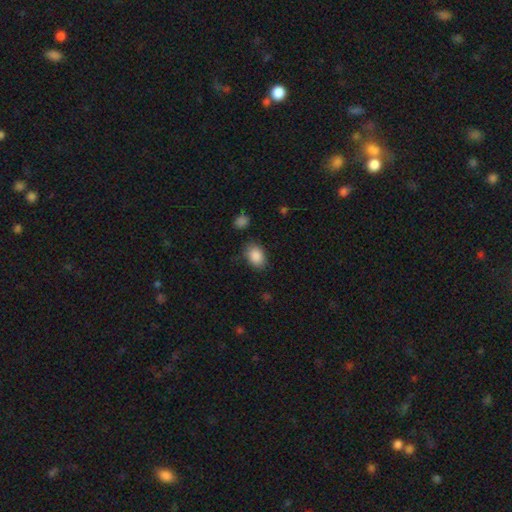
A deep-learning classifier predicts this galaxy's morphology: Smooth or featured?
  - smooth: 88% *
  - star or artifact: 8%
  - featured or disk: 4%
How rounded?
  - in between: 79% *
  - round: 20%
  - cigar-shaped: 1%
Merging?
  - none: 78% *
  - minor disturbance: 15%
  - major disturbance: 4%
  - merger: 2%